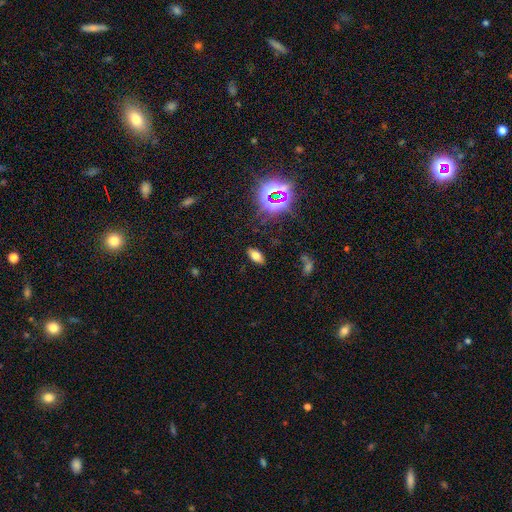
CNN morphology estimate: Smooth or featured? Predicted: smooth (p=0.66). How rounded? Predicted: in between (p=0.88). Merging? Predicted: none (p=0.87).